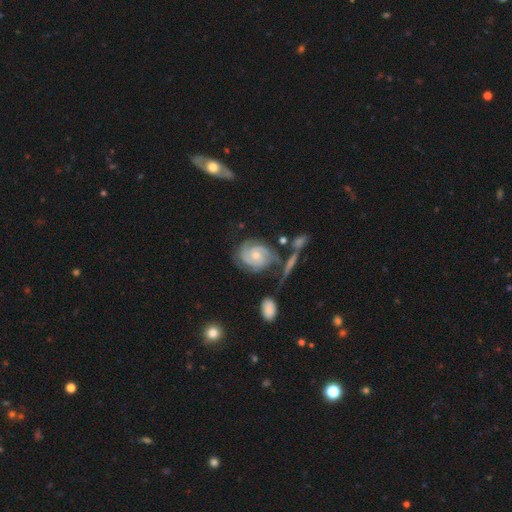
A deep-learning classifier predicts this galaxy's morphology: smooth-or-featured: featured or disk: 87% | smooth: 8% | star or artifact: 5%
  disk-edge-on: no: 97% | yes: 3%
    bar: no: 67% | weak: 27% | strong: 6%
    has-spiral-arms: yes: 97% | no: 3%
      spiral-winding: tight: 68% | medium: 26% | loose: 6%
      spiral-arm-count: 2: 38% | 3: 30% | can't tell: 16% | 4: 7% | 1: 5% | more than 4: 4%
    bulge-size: small: 49% | moderate: 46% | large: 2% | none: 2% | dominant: 1%
  merging: none: 57% | minor disturbance: 20% | major disturbance: 13% | merger: 9%